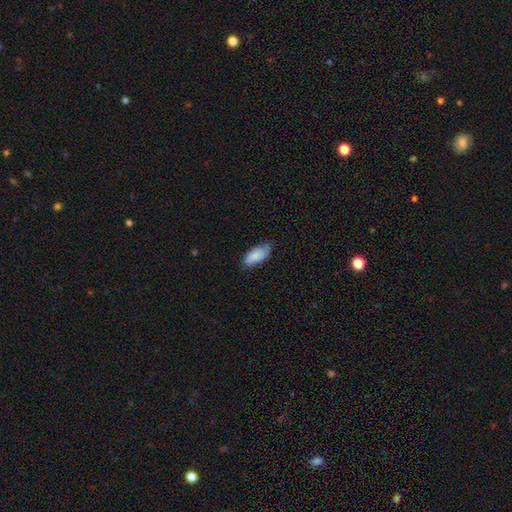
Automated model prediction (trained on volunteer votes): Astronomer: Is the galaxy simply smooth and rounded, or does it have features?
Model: smooth — 80%.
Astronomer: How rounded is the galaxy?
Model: in between — 90%.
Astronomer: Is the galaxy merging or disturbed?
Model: none — 64%.